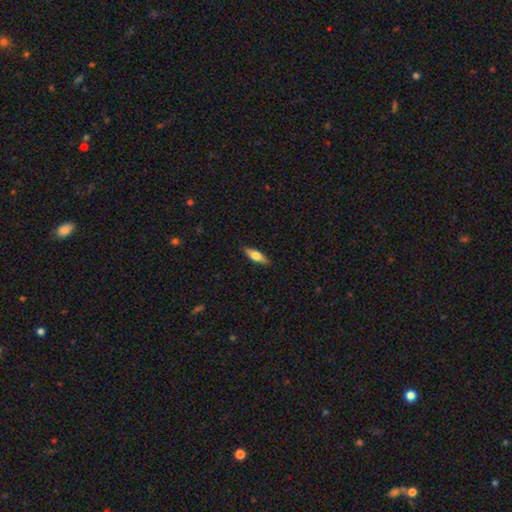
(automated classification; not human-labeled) A smooth galaxy with no disk features (58%) that is in between round and cigar-shaped (52%). Merging: none (87%).